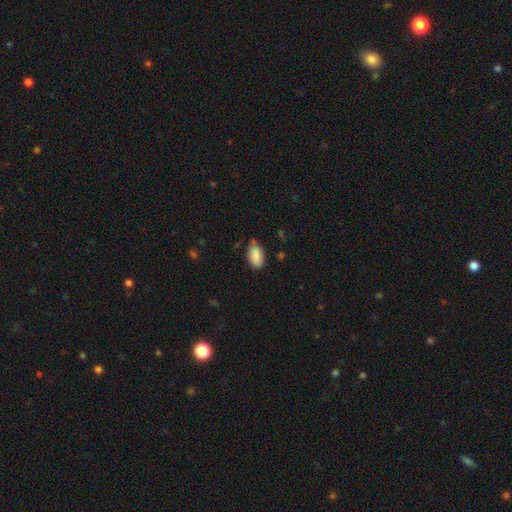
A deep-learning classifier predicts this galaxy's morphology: The model was most divided on "merging": none: 63%, minor disturbance: 31%, major disturbance: 4%, merger: 2%. More confident: how rounded — in between (93%); smooth or featured — smooth (88%).